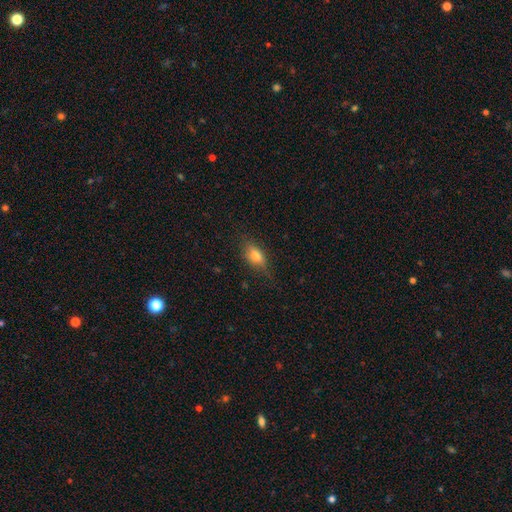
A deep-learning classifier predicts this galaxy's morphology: Smooth or featured? smooth (68%)
How rounded? in between (78%)
Merging? none (73%)